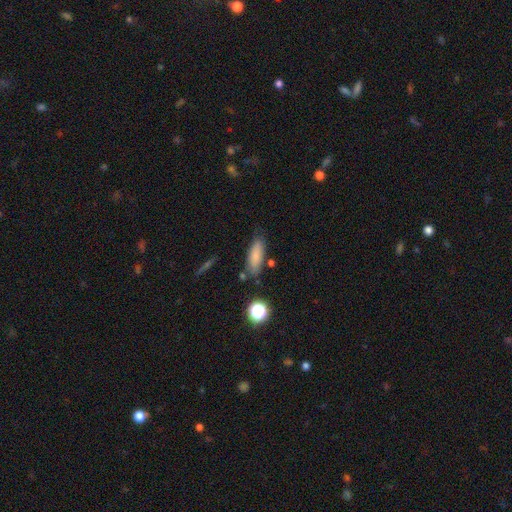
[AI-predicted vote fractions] Smooth or featured?
  - smooth: 80% *
  - featured or disk: 11%
  - star or artifact: 9%
How rounded?
  - in between: 58% *
  - cigar-shaped: 39%
  - round: 3%
Merging?
  - none: 71% *
  - minor disturbance: 18%
  - merger: 7%
  - major disturbance: 4%